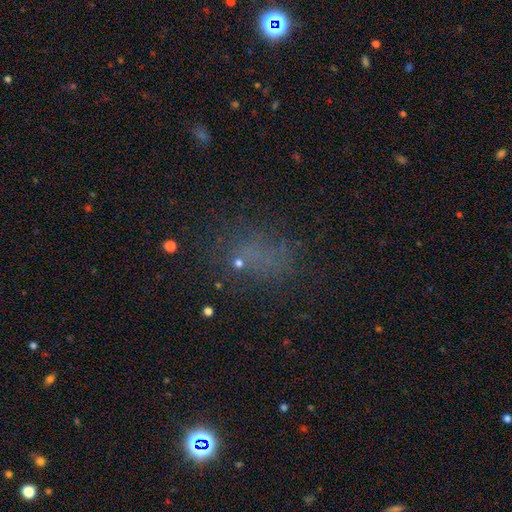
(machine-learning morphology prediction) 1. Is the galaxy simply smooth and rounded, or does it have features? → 44% smooth, 42% star or artifact, 15% featured or disk.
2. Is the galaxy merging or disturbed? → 62% none, 17% minor disturbance, 15% major disturbance, 6% merger.